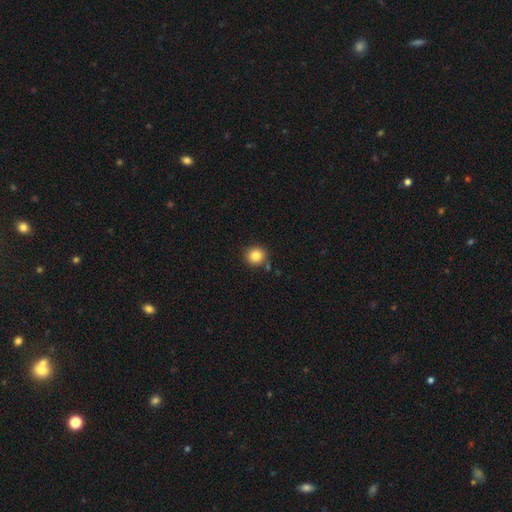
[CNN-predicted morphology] smooth-or-featured: smooth: 84% | star or artifact: 10% | featured or disk: 5%
  how-rounded: round: 91% | in between: 8% | cigar-shaped: 1%
  merging: none: 84% | minor disturbance: 10% | merger: 4% | major disturbance: 2%